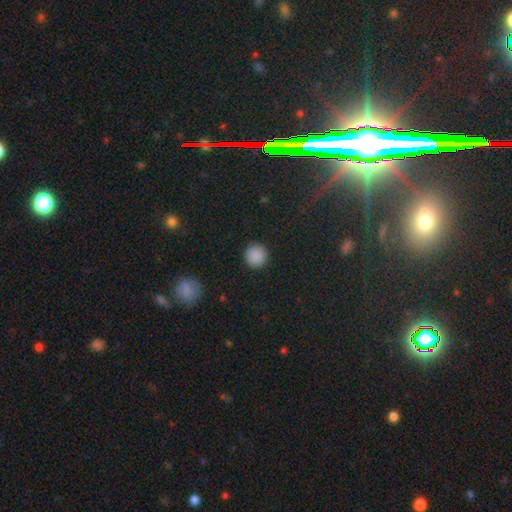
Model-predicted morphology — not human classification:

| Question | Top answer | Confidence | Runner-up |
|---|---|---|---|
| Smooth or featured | smooth | 88% | star or artifact (9%) |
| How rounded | round | 95% | in between (4%) |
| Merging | none | 92% | minor disturbance (5%) |